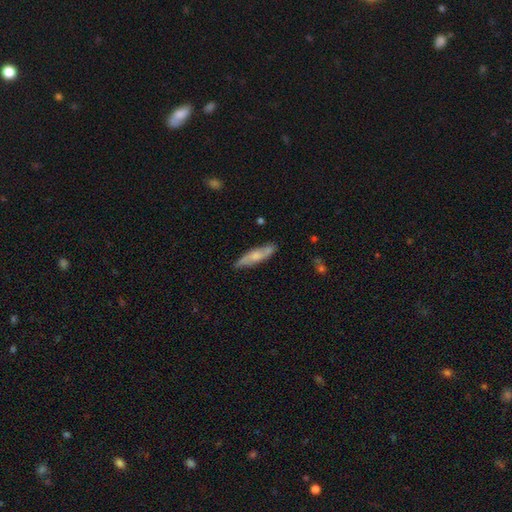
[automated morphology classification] Smooth or featured?
  - featured or disk: 47% * (tied)
  - smooth: 47% * (tied)
  - star or artifact: 6%
Merging?
  - none: 82% *
  - minor disturbance: 14%
  - major disturbance: 2%
  - merger: 2%